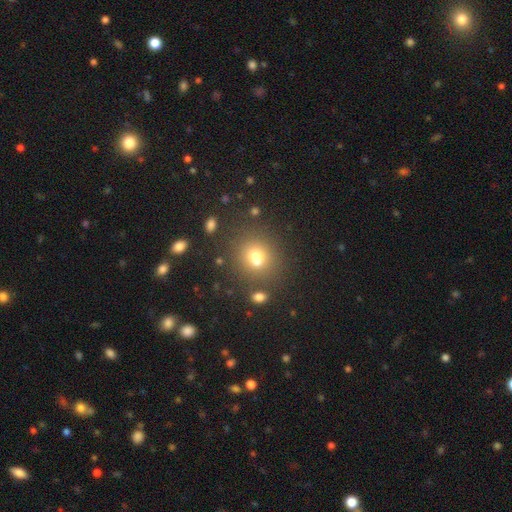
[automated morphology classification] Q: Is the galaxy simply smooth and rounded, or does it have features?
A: smooth — 69%.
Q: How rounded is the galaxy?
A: round — 71%.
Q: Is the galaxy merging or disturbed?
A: none — 60%.